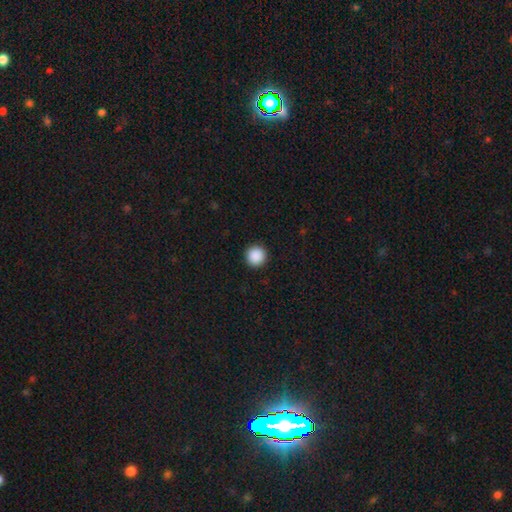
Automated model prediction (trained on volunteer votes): Morphology: type=smooth (89%); roundness=round (96%); merging=none (93%).